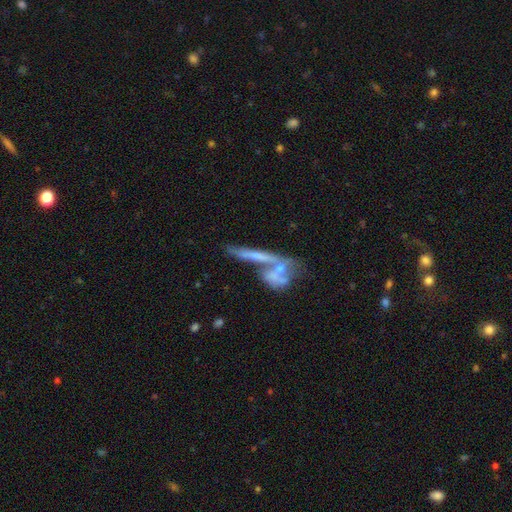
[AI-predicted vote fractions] featured or disk 50%, smooth 41%, star or artifact 9%. Down the decision tree: merging — merger (48%).